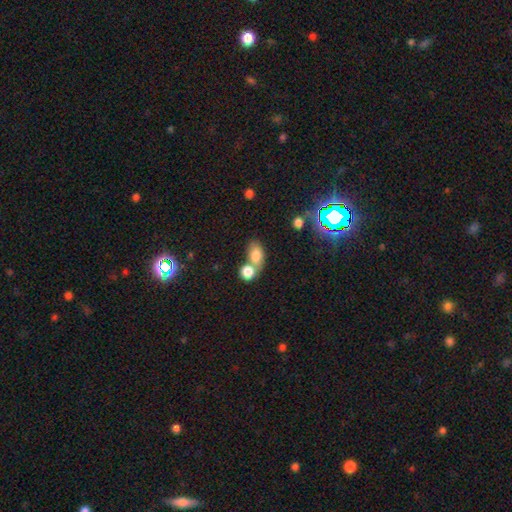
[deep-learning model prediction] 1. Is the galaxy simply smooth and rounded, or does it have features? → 78% smooth, 11% star or artifact, 10% featured or disk.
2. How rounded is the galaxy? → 80% in between, 18% round, 2% cigar-shaped.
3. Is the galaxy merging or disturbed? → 51% merger, 35% none, 10% minor disturbance, 4% major disturbance.